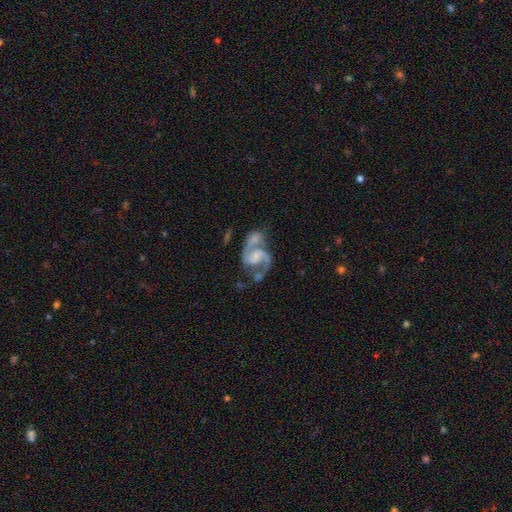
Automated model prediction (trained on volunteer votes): A featured or disk galaxy (88%) with a weak bar (43%, tied with no), 2 (89%) medium (54%) spiral arms (96%) and no central bulge (37%). Merging: none (35%).